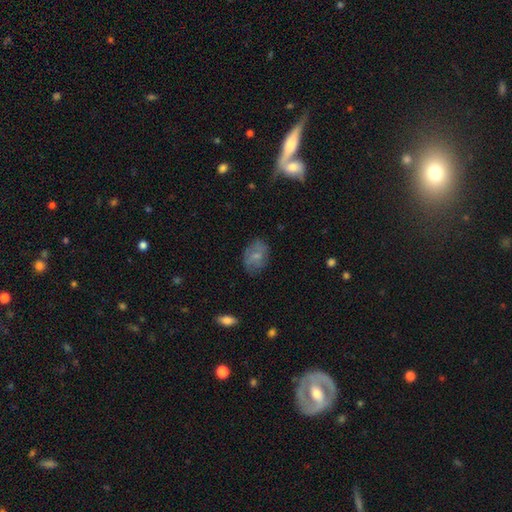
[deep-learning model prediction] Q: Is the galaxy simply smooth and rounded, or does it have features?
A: smooth — 64%.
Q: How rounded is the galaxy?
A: in between — 77%.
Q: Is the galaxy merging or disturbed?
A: none — 71%.